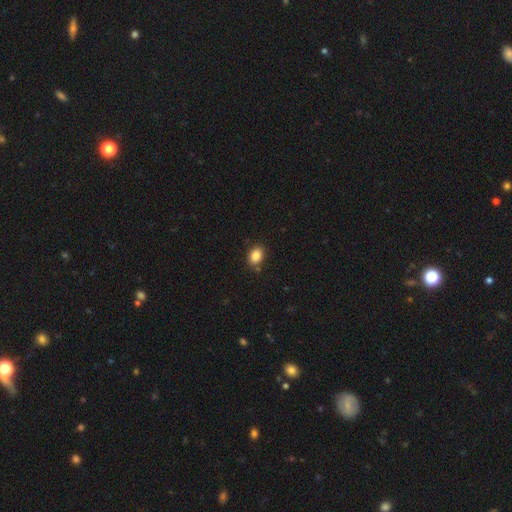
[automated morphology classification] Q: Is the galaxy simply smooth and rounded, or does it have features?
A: smooth — 87%.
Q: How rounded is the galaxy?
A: in between — 72%.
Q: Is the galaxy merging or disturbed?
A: none — 82%.